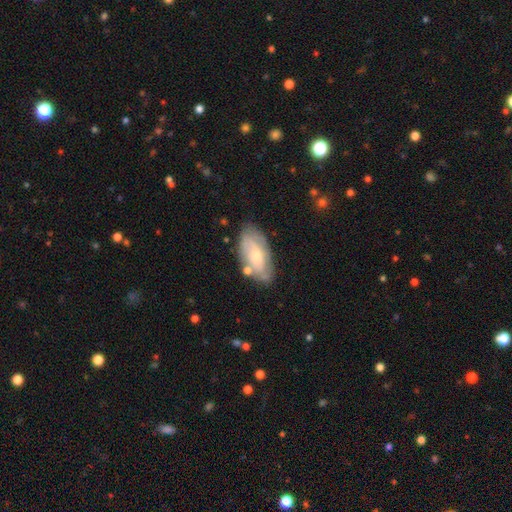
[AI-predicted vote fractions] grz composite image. It shows a featured or disk galaxy (50%). Merging: none (68%).